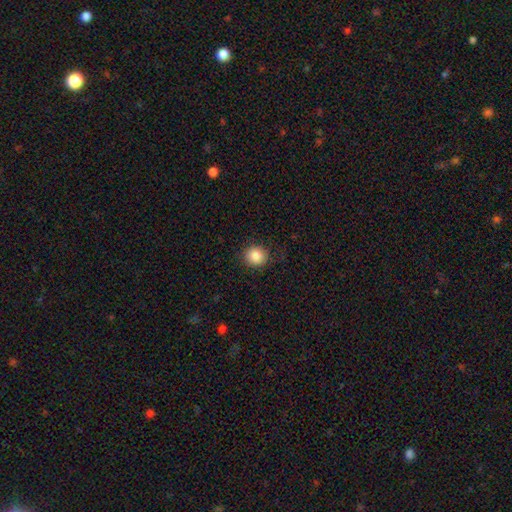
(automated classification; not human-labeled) smooth-or-featured: smooth: 86% | star or artifact: 9% | featured or disk: 5%
  how-rounded: round: 86% | in between: 13% | cigar-shaped: 1%
  merging: none: 86% | minor disturbance: 10% | major disturbance: 3% | merger: 1%